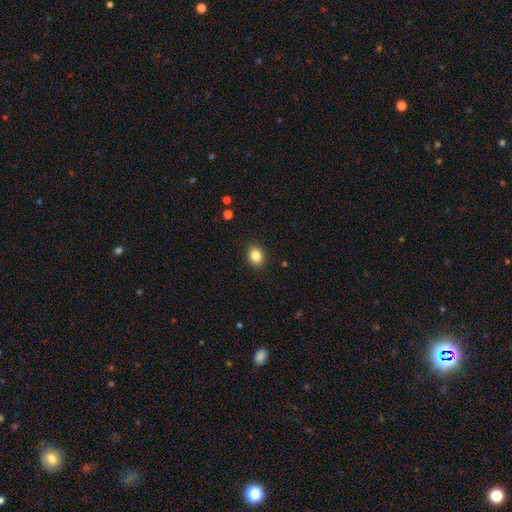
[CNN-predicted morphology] smooth 85%, star or artifact 10%, featured or disk 5%. Down the decision tree: how rounded — in between (54%); merging — none (90%).